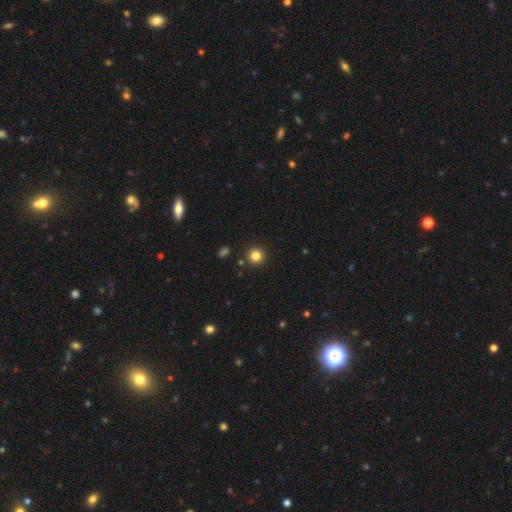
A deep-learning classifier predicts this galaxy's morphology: Smooth or featured? smooth (83%)
How rounded? round (94%)
Merging? none (90%)